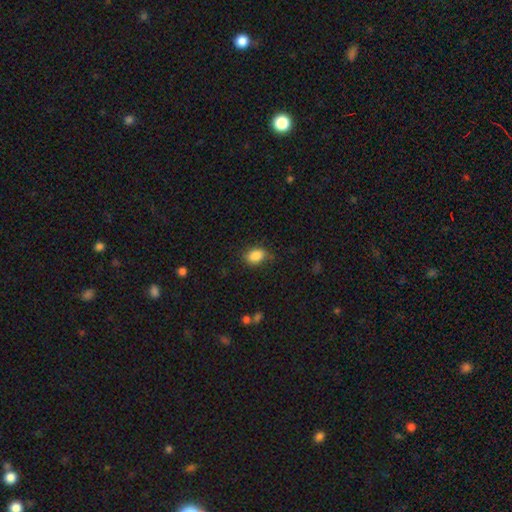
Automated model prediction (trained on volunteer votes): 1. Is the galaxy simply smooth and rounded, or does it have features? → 87% smooth, 9% star or artifact, 4% featured or disk.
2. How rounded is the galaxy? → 75% in between, 23% round, 1% cigar-shaped.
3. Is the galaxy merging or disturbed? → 77% none, 18% minor disturbance, 4% major disturbance, 2% merger.